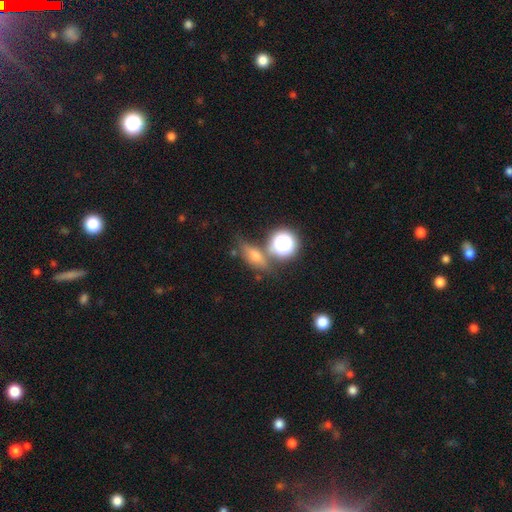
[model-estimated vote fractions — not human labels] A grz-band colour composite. It shows a smooth galaxy with no disk features (60%) that is in between round and cigar-shaped (56%). Merging: none (62%).